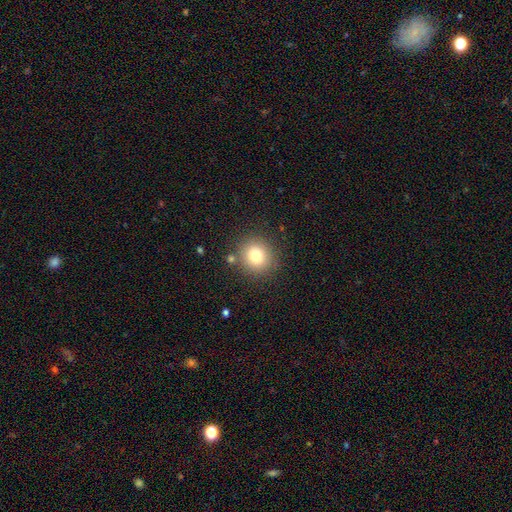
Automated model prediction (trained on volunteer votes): Smooth or featured? smooth (78%)
How rounded? round (87%)
Merging? none (84%)